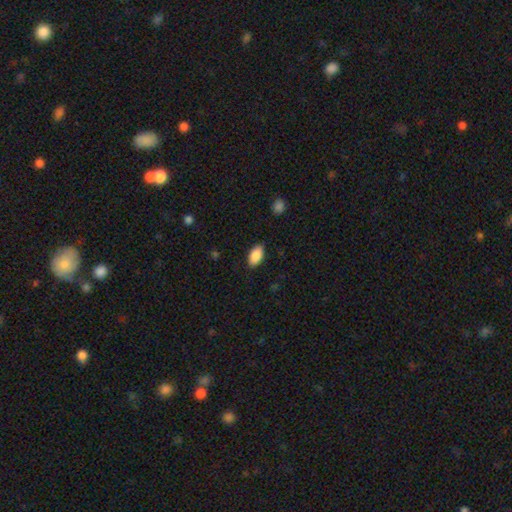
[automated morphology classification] A smooth galaxy with no disk features (89%) that is in between round and cigar-shaped (94%).

Vote fractions:
- Smooth or featured? smooth: 89% / star or artifact: 7% / featured or disk: 4%
- How rounded? in between: 94% / cigar-shaped: 3% / round: 3%
- Merging? none: 86% / minor disturbance: 11% / major disturbance: 2% / merger: 1%